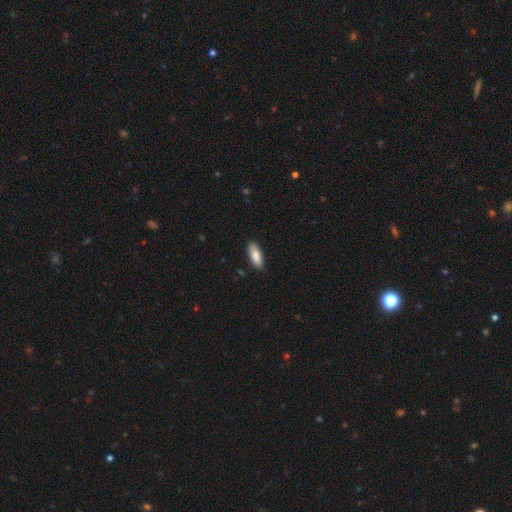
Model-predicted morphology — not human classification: smooth 86%, featured or disk 8%, star or artifact 6%. Down the decision tree: how rounded — in between (73%); merging — none (85%).